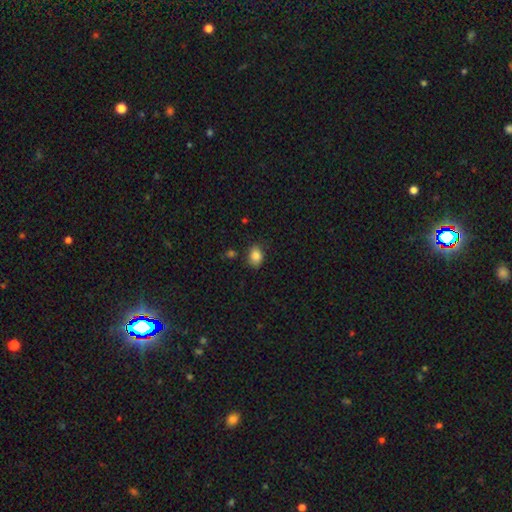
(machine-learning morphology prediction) smooth_or_featured: smooth (p=0.85) [alt: star or artifact p=0.09]
how_rounded: in between (p=0.65) [alt: round p=0.34]
merging: none (p=0.81) [alt: minor disturbance p=0.13]